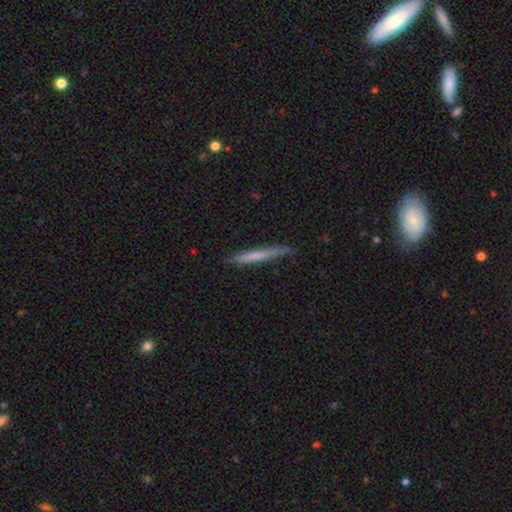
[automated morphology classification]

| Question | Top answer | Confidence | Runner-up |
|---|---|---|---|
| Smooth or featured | smooth | 61% | featured or disk (34%) |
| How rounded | cigar-shaped | 96% | in between (2%) |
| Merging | none | 81% | minor disturbance (15%) |